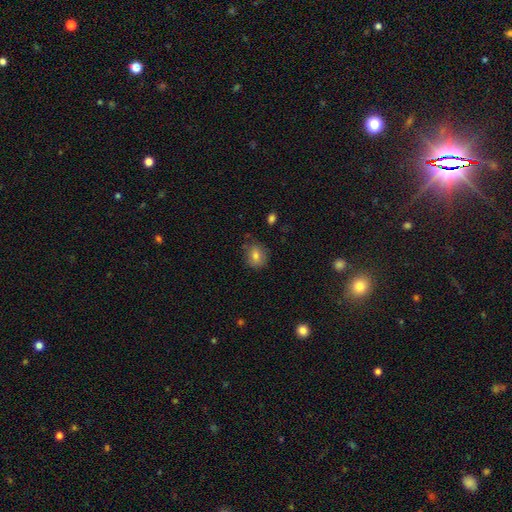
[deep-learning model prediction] A smooth galaxy with no disk features (78%) that is round (64%). Merging: none (76%).